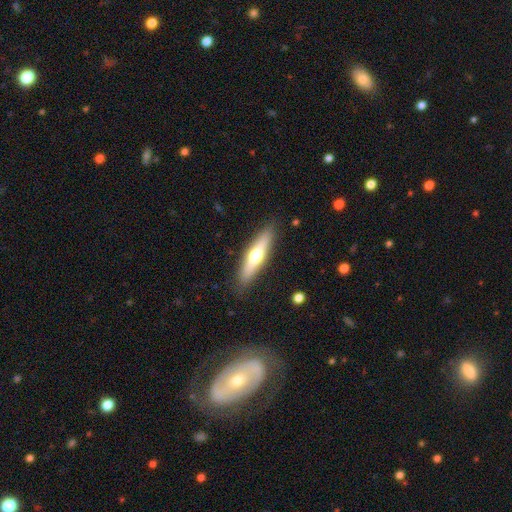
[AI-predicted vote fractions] A smooth galaxy with no disk features (52%) that is cigar-shaped (73%).

Vote fractions:
- Smooth or featured? smooth: 52% / featured or disk: 42% / star or artifact: 6%
- How rounded? cigar-shaped: 73% / in between: 25% / round: 2%
- Merging? none: 87% / minor disturbance: 9% / major disturbance: 2% / merger: 1%